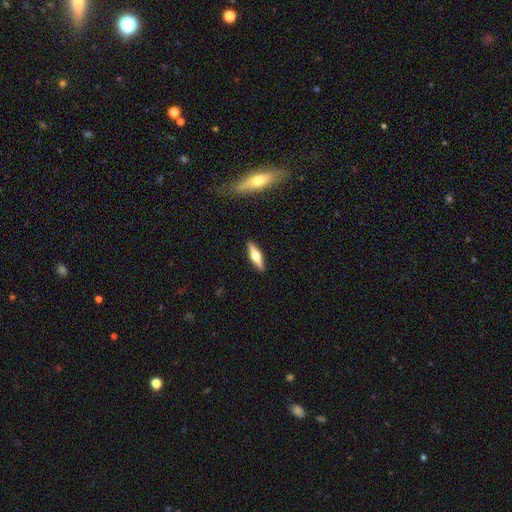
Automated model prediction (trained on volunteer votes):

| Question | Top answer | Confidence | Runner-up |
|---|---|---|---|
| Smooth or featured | featured or disk | 57% | smooth (37%) |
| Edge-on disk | yes | 94% | no (6%) |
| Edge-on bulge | rounded | 95% | boxy (3%) |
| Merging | none | 91% | minor disturbance (7%) |